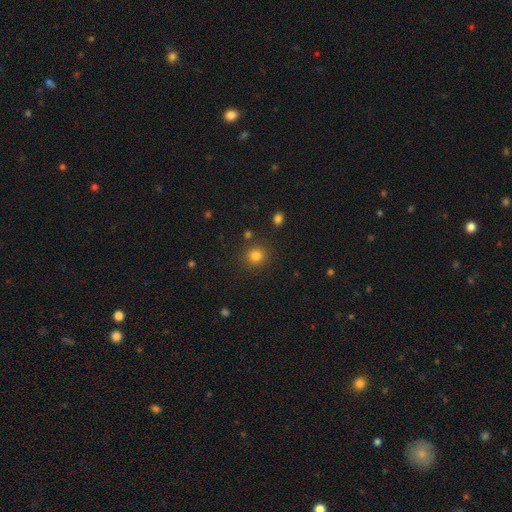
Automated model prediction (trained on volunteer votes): Smooth or featured: smooth — 81% (star or artifact — 13%)
How rounded: round — 88% (in between — 11%)
Merging: none — 86% (minor disturbance — 8%)